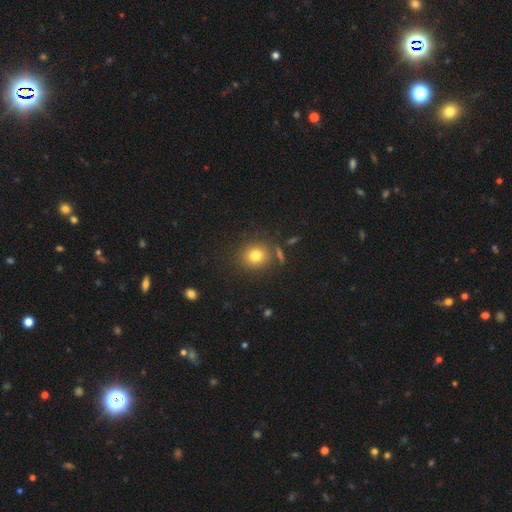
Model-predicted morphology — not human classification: type=smooth (78%); roundness=round (84%); merging=none (82%).